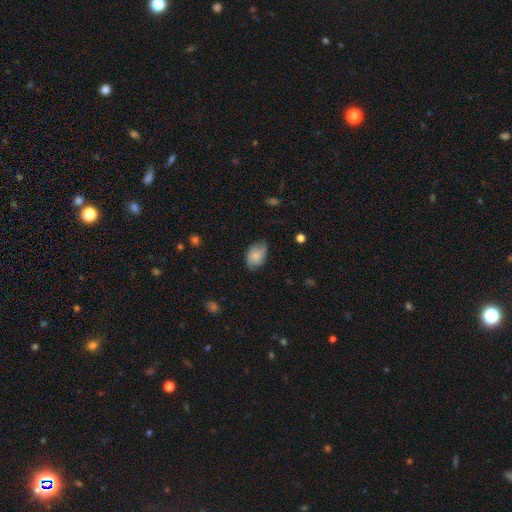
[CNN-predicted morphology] smooth_or_featured: smooth (p=0.69) [alt: featured or disk p=0.23]
how_rounded: in between (p=0.86) [alt: round p=0.13]
merging: none (p=0.61) [alt: minor disturbance p=0.30]